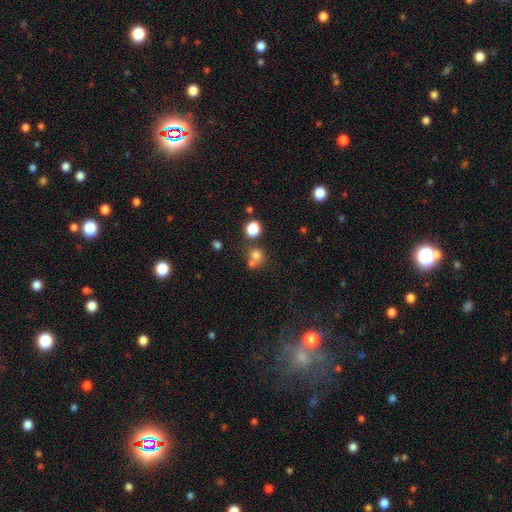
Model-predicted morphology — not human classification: type=smooth (73%); roundness=round (79%); merging=none (49%).